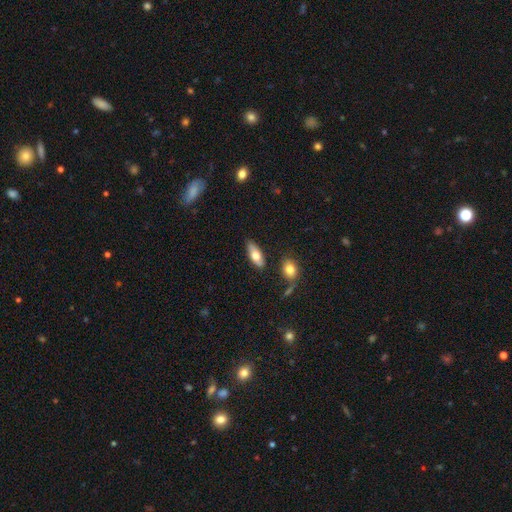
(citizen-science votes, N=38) Smooth or featured? smooth (82%)
How rounded? in between (71%)
Merging? none (53%)